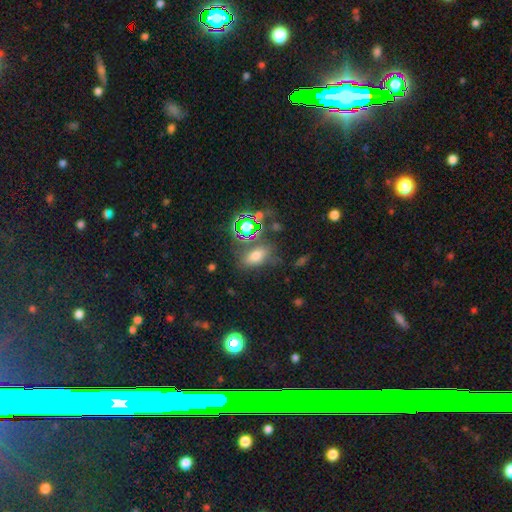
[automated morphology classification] smooth 60%, star or artifact 28%, featured or disk 12%. Down the decision tree: how rounded — in between (77%); merging — none (66%).